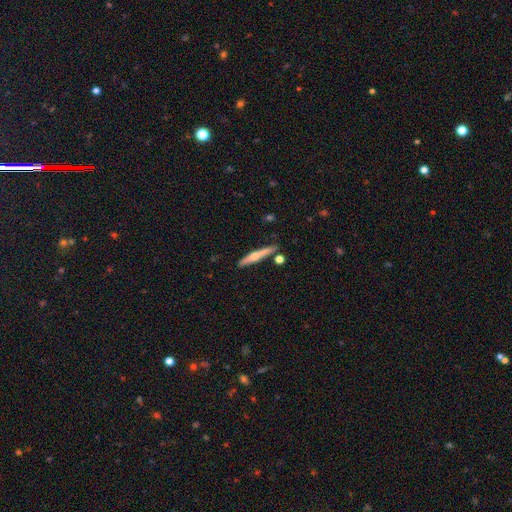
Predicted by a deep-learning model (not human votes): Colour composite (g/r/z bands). It shows a featured or disk galaxy (53%) viewed edge-on (96%) with a rounded central bulge (82%). Merging: none (83%).